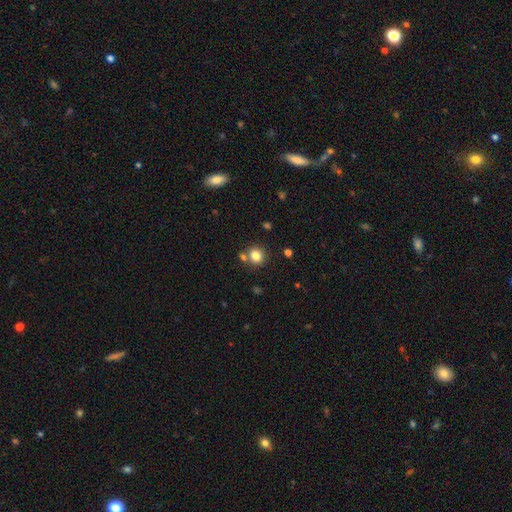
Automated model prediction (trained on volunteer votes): Smooth or featured?
  - smooth: 82% *
  - star or artifact: 12%
  - featured or disk: 6%
How rounded?
  - round: 83% *
  - in between: 16%
  - cigar-shaped: 1%
Merging?
  - none: 72% *
  - merger: 16%
  - minor disturbance: 9%
  - major disturbance: 3%